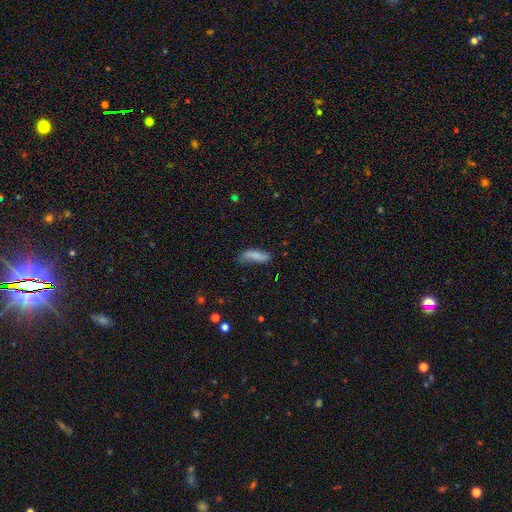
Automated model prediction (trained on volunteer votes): Smooth or featured?
  - smooth: 78% *
  - featured or disk: 15%
  - star or artifact: 8%
How rounded?
  - cigar-shaped: 50% *
  - in between: 47%
  - round: 2%
Merging?
  - none: 53% *
  - minor disturbance: 32%
  - major disturbance: 11%
  - merger: 4%